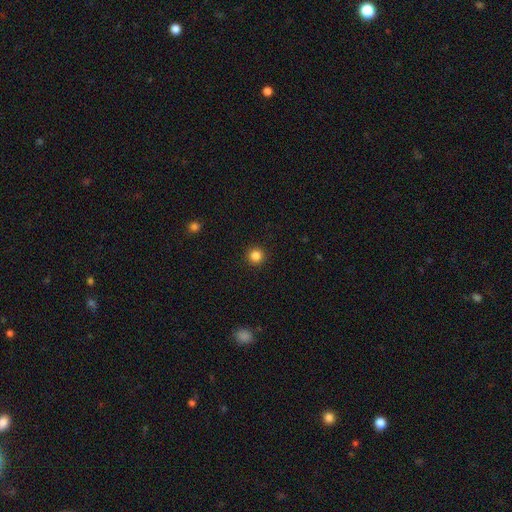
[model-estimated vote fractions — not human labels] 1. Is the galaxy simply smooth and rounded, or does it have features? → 85% smooth, 12% star or artifact, 4% featured or disk.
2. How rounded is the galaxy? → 96% round, 3% in between, 1% cigar-shaped.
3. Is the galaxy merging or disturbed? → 93% none, 4% minor disturbance, 2% major disturbance, 1% merger.